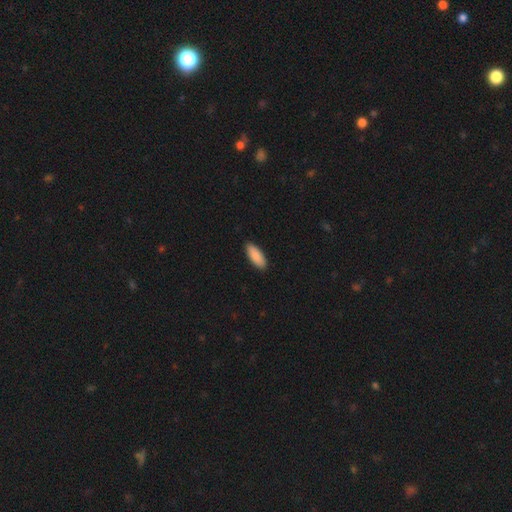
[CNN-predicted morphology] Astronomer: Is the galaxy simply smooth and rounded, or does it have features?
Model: smooth — 90%.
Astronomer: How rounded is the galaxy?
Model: in between — 79%.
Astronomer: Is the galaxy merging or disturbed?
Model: none — 90%.